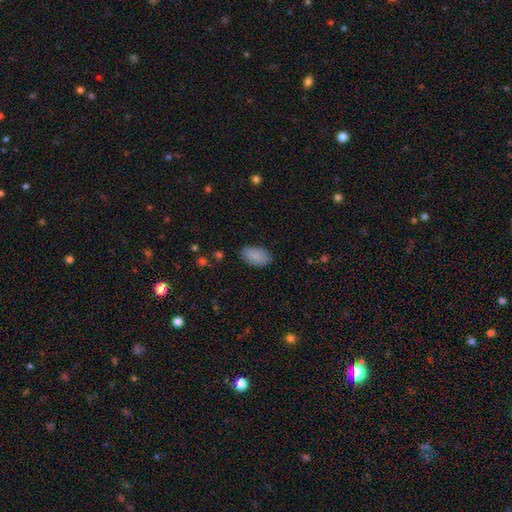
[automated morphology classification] smooth-or-featured: smooth: 88% | star or artifact: 7% | featured or disk: 6%
  how-rounded: in between: 93% | round: 5% | cigar-shaped: 2%
  merging: none: 84% | minor disturbance: 12% | major disturbance: 3% | merger: 1%